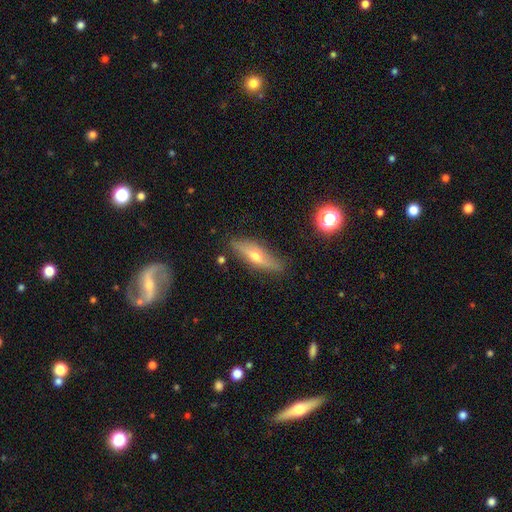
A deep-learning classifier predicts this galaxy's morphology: Q: Smooth or featured?
A: featured or disk (51%); runner-up: smooth (41%)
Q: Edge-on disk?
A: yes (81%); runner-up: no (19%)
Q: Merging?
A: none (82%); runner-up: minor disturbance (13%)